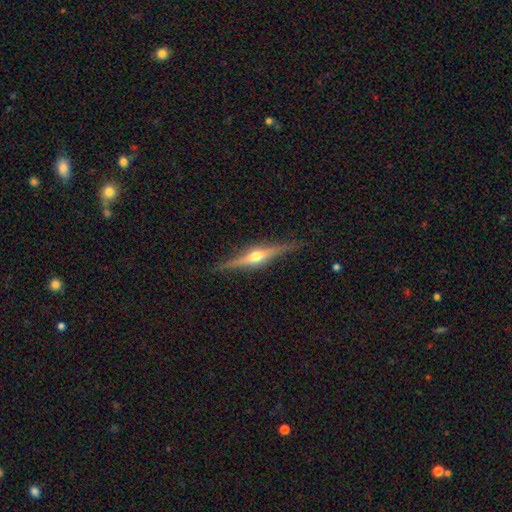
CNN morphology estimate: A featured or disk galaxy (80%) viewed edge-on (98%) with a rounded central bulge (93%).

Vote fractions:
- Smooth or featured? featured or disk: 80% / smooth: 14% / star or artifact: 6%
- Edge-on disk? yes: 98% / no: 2%
- Edge-on bulge? rounded: 93% / boxy: 5% / none: 3%
- Merging? none: 88% / minor disturbance: 9% / major disturbance: 2% / merger: 1%